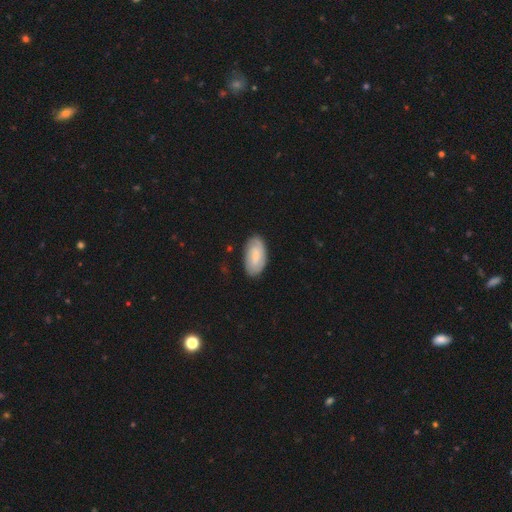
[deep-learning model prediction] Smooth or featured: smooth — 52% (featured or disk — 42%)
How rounded: in between — 94% (cigar-shaped — 3%)
Merging: none — 82% (minor disturbance — 14%)